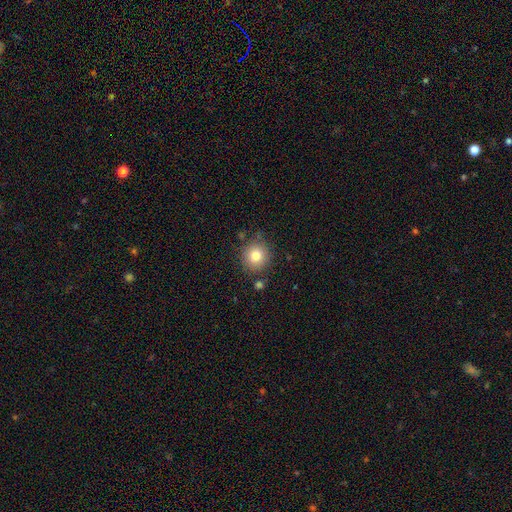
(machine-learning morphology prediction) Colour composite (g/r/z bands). It shows a smooth galaxy with no disk features (80%) that is round (91%). Merging: none (80%).